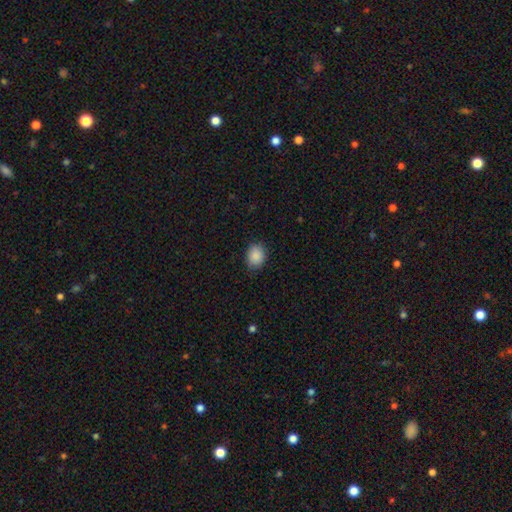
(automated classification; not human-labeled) Smooth or featured? Predicted: smooth (p=0.89). How rounded? Predicted: in between (p=0.51). Merging? Predicted: none (p=0.83).